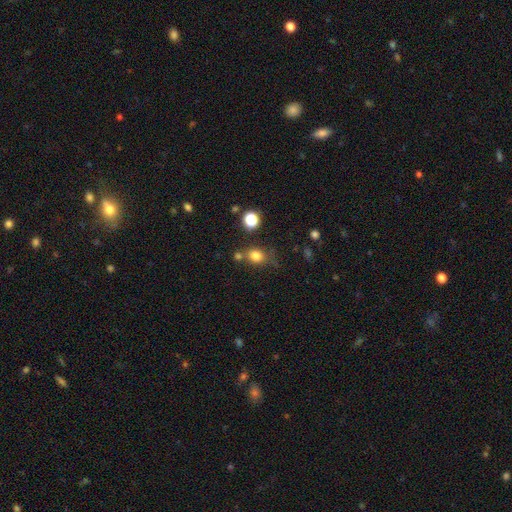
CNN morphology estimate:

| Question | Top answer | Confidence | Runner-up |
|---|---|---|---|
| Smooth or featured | smooth | 79% | star or artifact (14%) |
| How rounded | round | 64% | in between (35%) |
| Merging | none | 63% | minor disturbance (16%) |